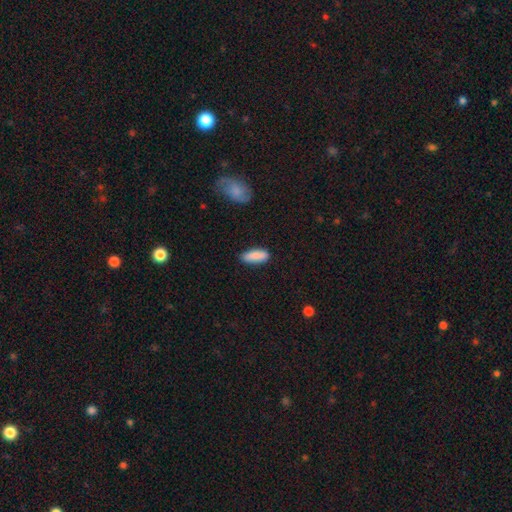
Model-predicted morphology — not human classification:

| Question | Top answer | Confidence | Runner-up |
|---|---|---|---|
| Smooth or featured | smooth | 87% | featured or disk (7%) |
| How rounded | in between | 72% | cigar-shaped (26%) |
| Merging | none | 83% | minor disturbance (13%) |